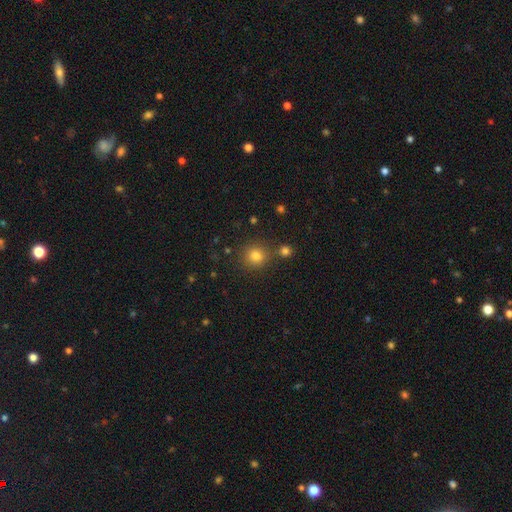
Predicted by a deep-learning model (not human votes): smooth 81%, star or artifact 13%, featured or disk 6%. Down the decision tree: how rounded — round (91%); merging — none (79%).